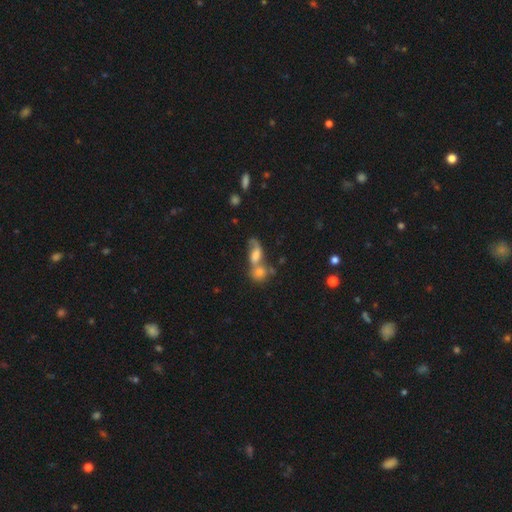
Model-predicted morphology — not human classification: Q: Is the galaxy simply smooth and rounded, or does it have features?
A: featured or disk — 43%.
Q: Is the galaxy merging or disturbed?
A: merger — 58%.